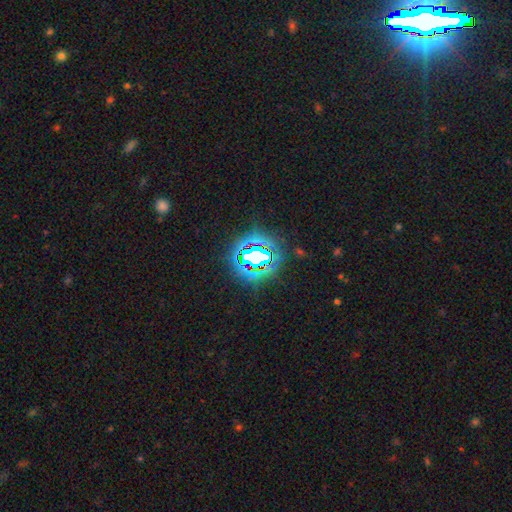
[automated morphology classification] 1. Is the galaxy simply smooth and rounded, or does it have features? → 74% star or artifact, 14% smooth, 11% featured or disk.